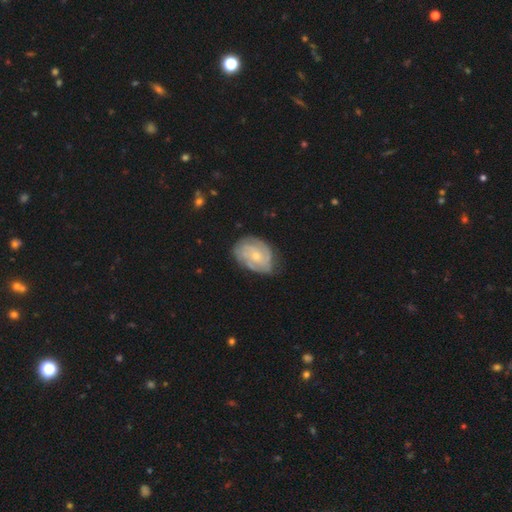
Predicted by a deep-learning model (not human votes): smooth-or-featured: featured or disk: 78% | smooth: 17% | star or artifact: 5%
  disk-edge-on: no: 97% | yes: 3%
    bar: no: 70% | weak: 26% | strong: 4%
    has-spiral-arms: yes: 93% | no: 7%
      spiral-winding: tight: 62% | medium: 30% | loose: 8%
      spiral-arm-count: can't tell: 31% | 3: 26% | 2: 21% | 4: 12% | 1: 5% | more than 4: 5%
    bulge-size: small: 63% | moderate: 33% | none: 2% | large: 1% | dominant: 1%
  merging: none: 70% | minor disturbance: 23% | major disturbance: 6% | merger: 1%